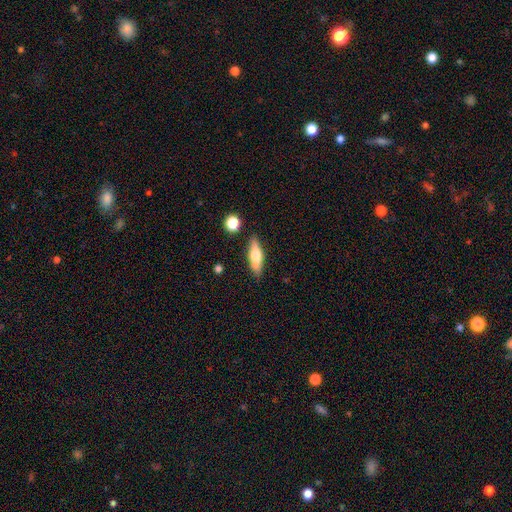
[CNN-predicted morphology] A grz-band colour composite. It shows a smooth galaxy with no disk features (56%) that is cigar-shaped (53%). Merging: none (81%).